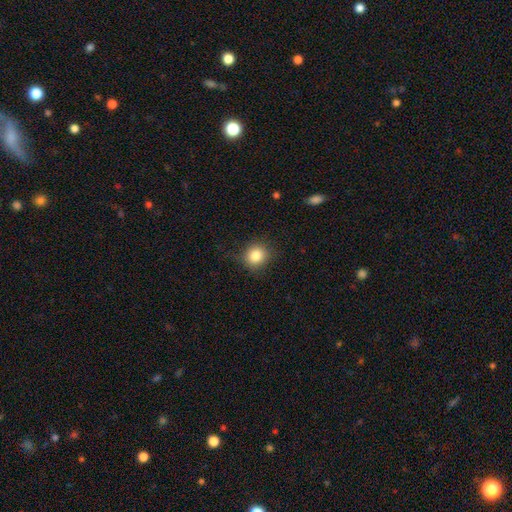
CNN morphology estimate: type=smooth (84%); roundness=round (87%); merging=none (84%).